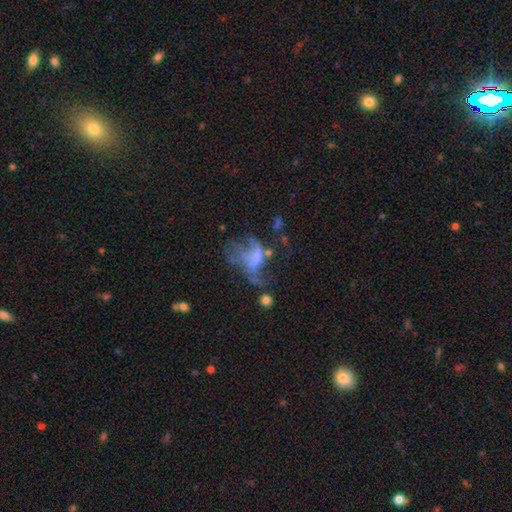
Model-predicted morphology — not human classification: This is possibly a featured or disk galaxy (55%). It is clearly not viewed edge-on (96%). Bar: likely no (74%). Spiral arm pattern: likely no (69%). Central bulge: likely none (72%). Merging: possibly major disturbance (48%).